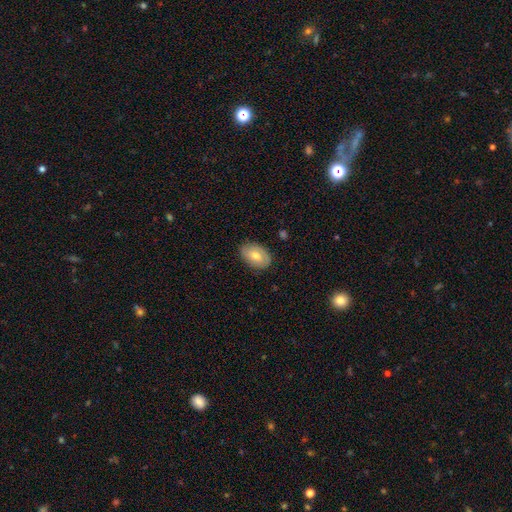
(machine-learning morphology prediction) smooth_or_featured: smooth (p=0.61) [alt: featured or disk p=0.32]
how_rounded: in between (p=0.87) [alt: round p=0.12]
merging: none (p=0.81) [alt: minor disturbance p=0.15]